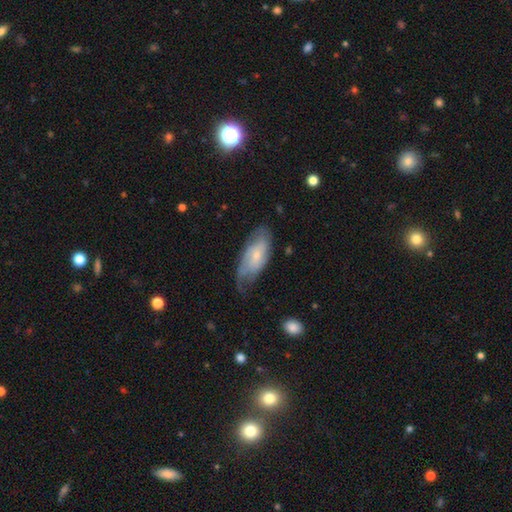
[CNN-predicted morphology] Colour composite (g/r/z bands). It shows a featured or disk galaxy (54%). Merging: none (50%).